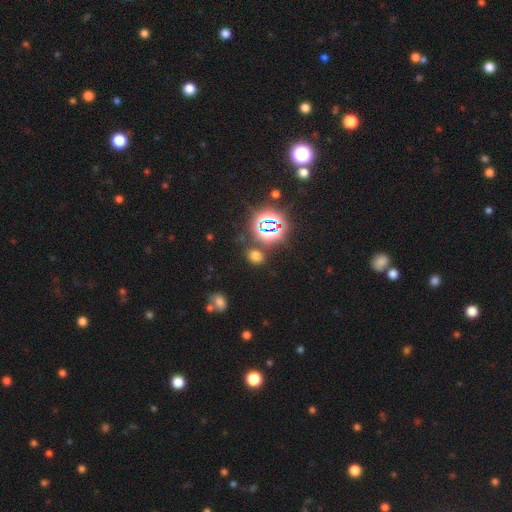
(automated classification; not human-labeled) smooth-or-featured: smooth: 57% | star or artifact: 37% | featured or disk: 6%
  how-rounded: in between: 51% | round: 48% | cigar-shaped: 2%
  merging: none: 78% | minor disturbance: 11% | merger: 6% | major disturbance: 5%